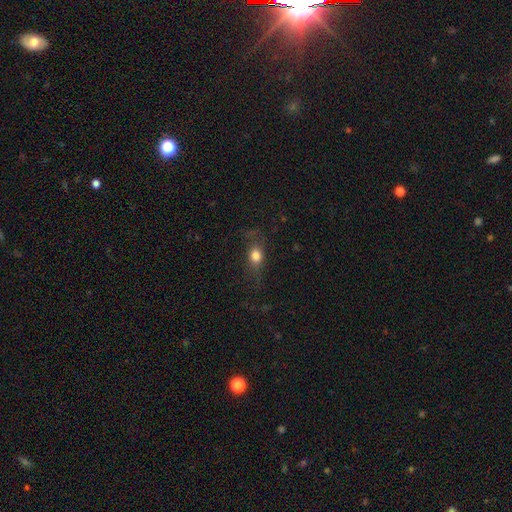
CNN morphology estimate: A smooth galaxy with no disk features (75%) that is in between round and cigar-shaped (54%).

Vote fractions:
- Smooth or featured? smooth: 75% / featured or disk: 13% / star or artifact: 12%
- How rounded? in between: 54% / round: 40% / cigar-shaped: 6%
- Merging? none: 68% / minor disturbance: 19% / major disturbance: 11% / merger: 1%